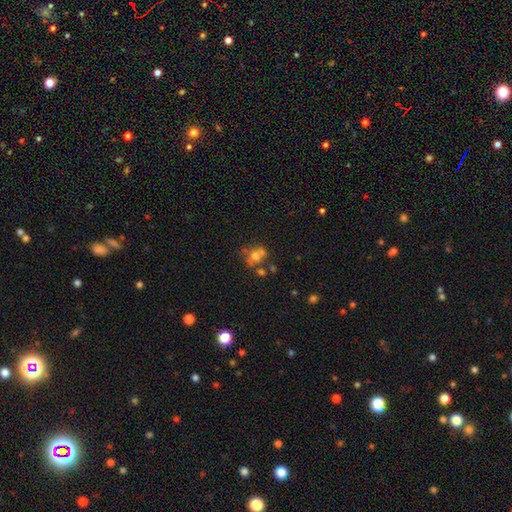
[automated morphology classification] A smooth galaxy with no disk features (54%) that is round (63%).

Vote fractions:
- Smooth or featured? smooth: 54% / featured or disk: 29% / star or artifact: 17%
- How rounded? round: 63% / in between: 36% / cigar-shaped: 1%
- Merging? merger: 39% / none: 38% / minor disturbance: 13% / major disturbance: 9%